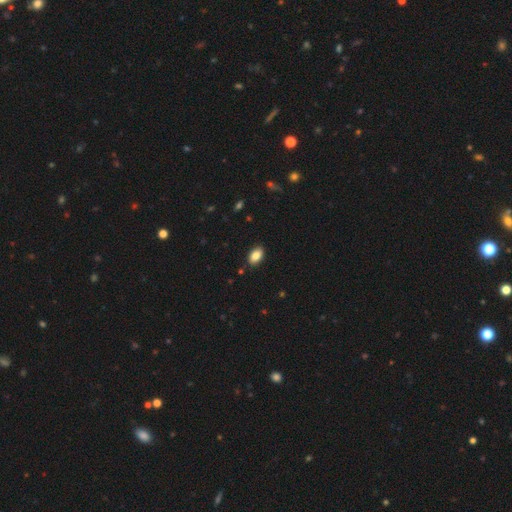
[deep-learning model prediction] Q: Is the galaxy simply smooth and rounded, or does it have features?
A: smooth — 86%.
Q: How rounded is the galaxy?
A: in between — 91%.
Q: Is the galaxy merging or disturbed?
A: none — 88%.